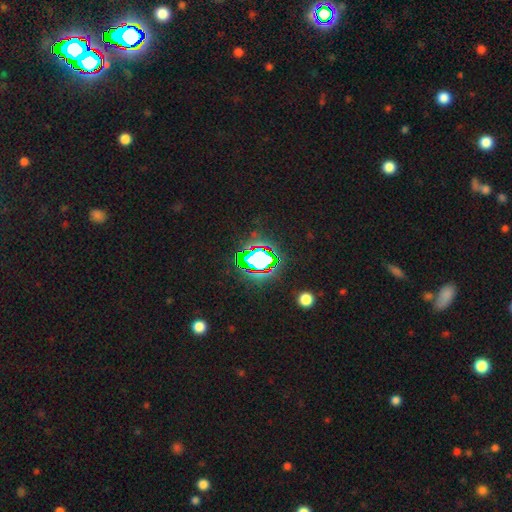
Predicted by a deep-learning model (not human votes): Smooth or featured? star or artifact (80%)